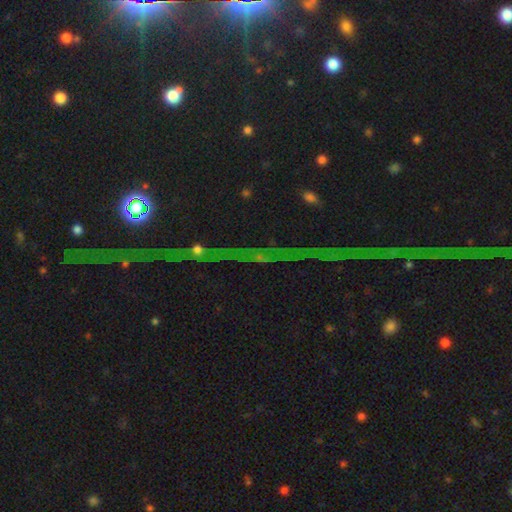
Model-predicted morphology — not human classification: smooth_or_featured: star or artifact (p=0.81) [alt: featured or disk p=0.11]